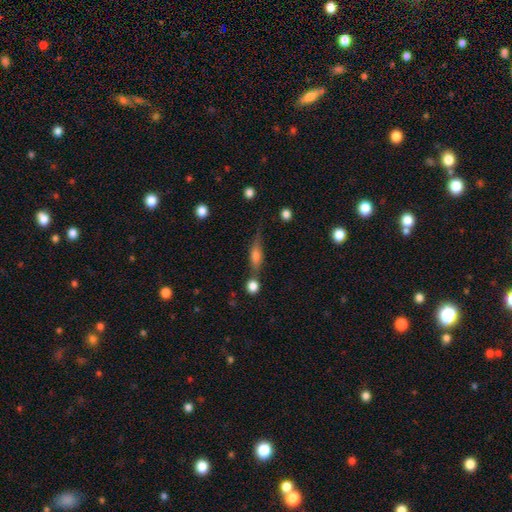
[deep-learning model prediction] Smooth or featured?
  - smooth: 60% *
  - featured or disk: 30%
  - star or artifact: 9%
How rounded?
  - in between: 48% *
  - cigar-shaped: 45%
  - round: 7%
Merging?
  - none: 55% *
  - minor disturbance: 21%
  - merger: 14%
  - major disturbance: 9%